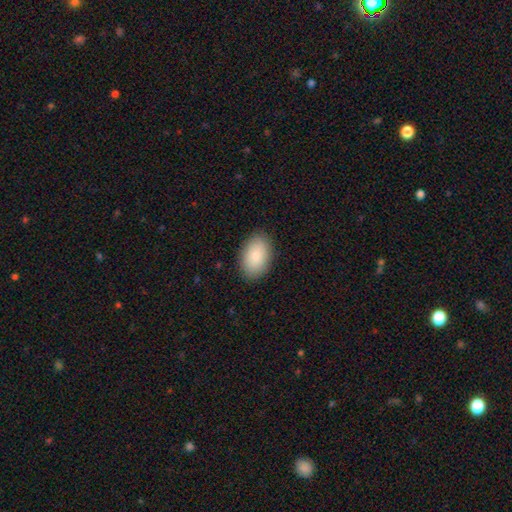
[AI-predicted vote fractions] This appears to be a smooth galaxy with no disk features (87%) that is in between round and cigar-shaped (92%). Merging: none (88%).